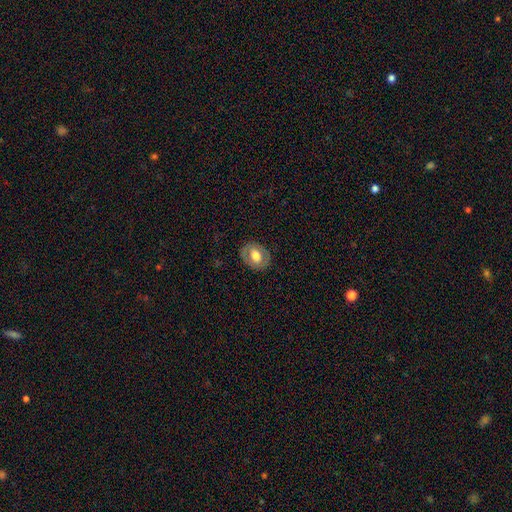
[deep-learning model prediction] This is possibly a smooth galaxy (57%). How rounded: likely in between (63%). Merging: clearly none (83%).